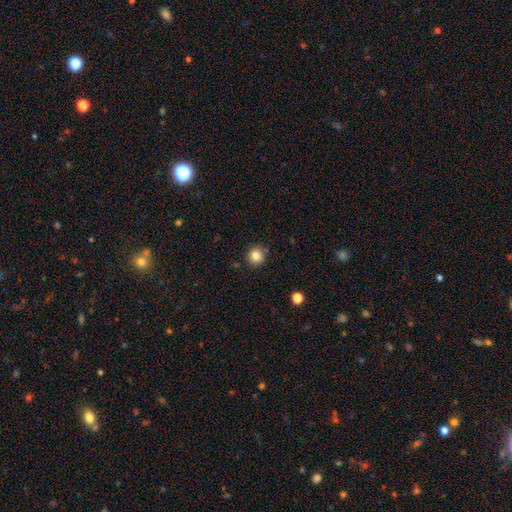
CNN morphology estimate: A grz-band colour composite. It shows a smooth galaxy with no disk features (83%) that is round (92%). Merging: none (85%).